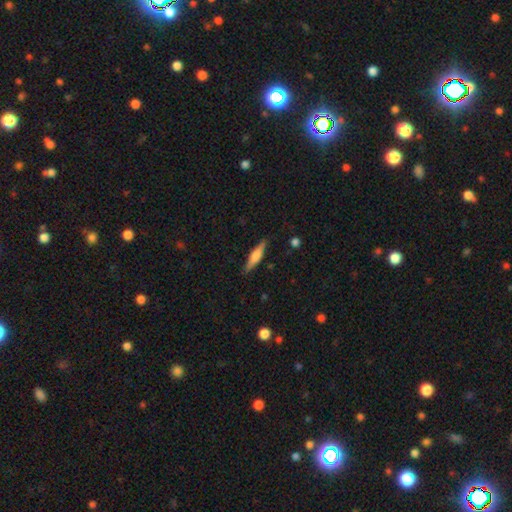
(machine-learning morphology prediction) type=smooth (50%); roundness=cigar-shaped (78%); merging=none (86%).